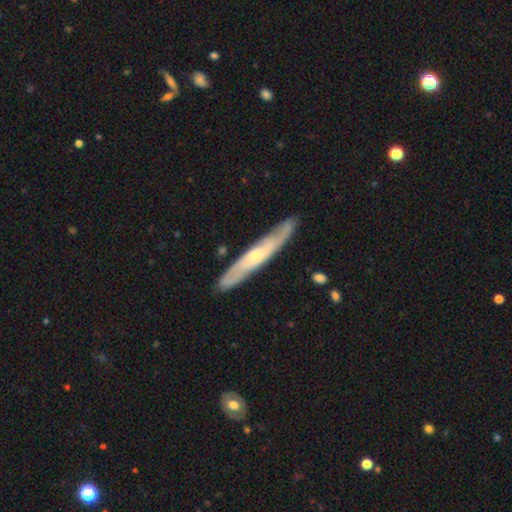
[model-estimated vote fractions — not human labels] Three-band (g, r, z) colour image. It shows a featured or disk galaxy (65%) viewed edge-on (69%). Merging: none (85%).